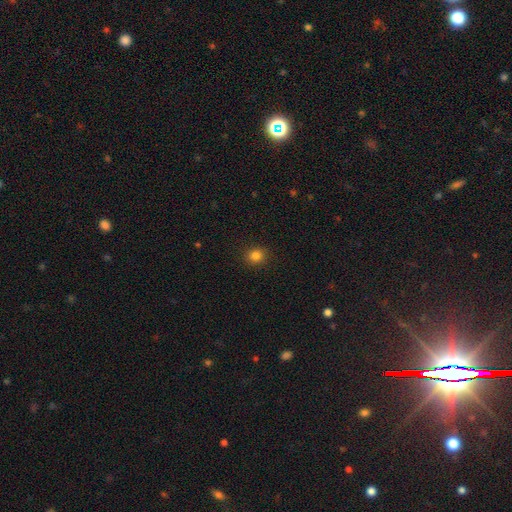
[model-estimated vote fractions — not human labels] The model was most divided on "how rounded": round: 82%, in between: 17%, cigar-shaped: 1%. More confident: merging — none (90%); smooth or featured — smooth (83%).